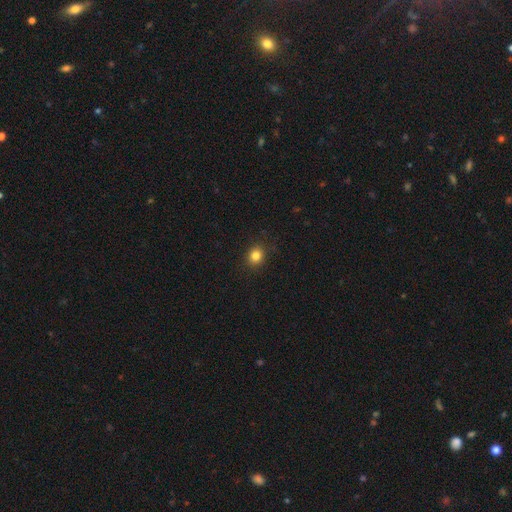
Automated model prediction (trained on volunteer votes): A smooth galaxy with no disk features (83%) that is round (77%).

Vote fractions:
- Smooth or featured? smooth: 83% / star or artifact: 12% / featured or disk: 5%
- How rounded? round: 77% / in between: 22% / cigar-shaped: 1%
- Merging? none: 90% / minor disturbance: 7% / major disturbance: 2% / merger: 1%